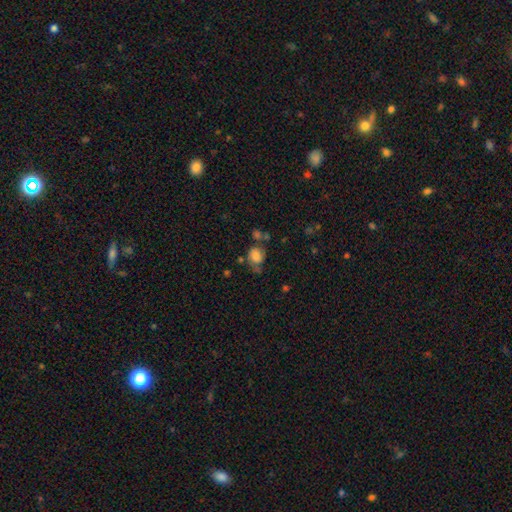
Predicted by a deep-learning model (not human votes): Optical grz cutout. It shows a smooth galaxy with no disk features (72%) that is round (56%). Merging: none (45%).